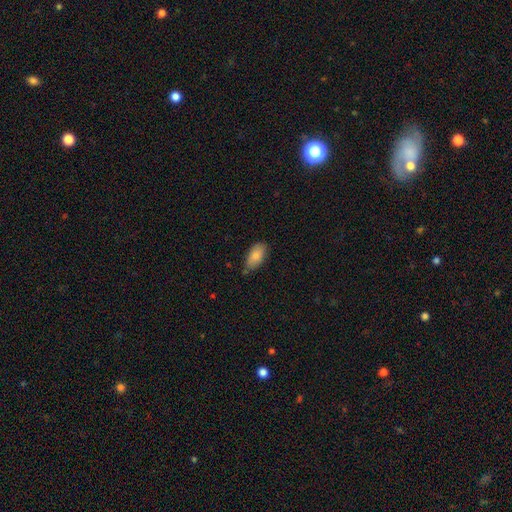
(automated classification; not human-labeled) A smooth galaxy with no disk features (83%) that is in between round and cigar-shaped (93%). Merging: none (75%).